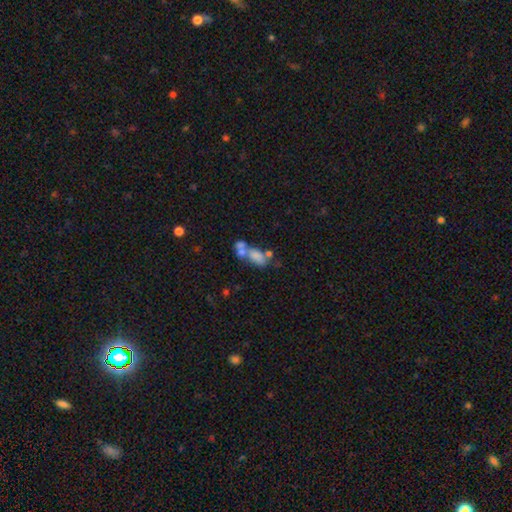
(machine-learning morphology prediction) Smooth or featured? smooth (62%)
How rounded? in between (77%)
Merging? merger (57%)